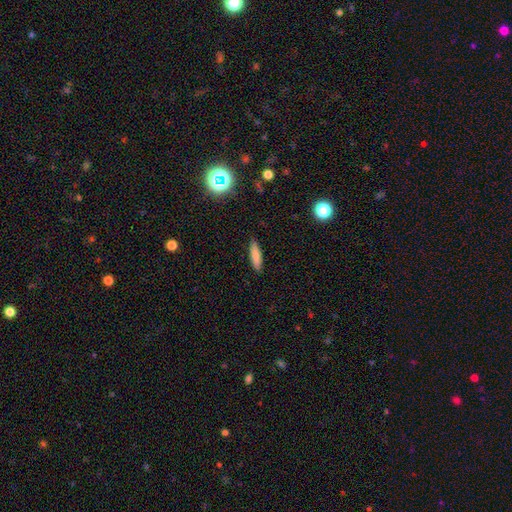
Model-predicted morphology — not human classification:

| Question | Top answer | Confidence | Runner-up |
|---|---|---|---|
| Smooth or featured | smooth | 81% | featured or disk (10%) |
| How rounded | cigar-shaped | 68% | in between (30%) |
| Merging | none | 86% | minor disturbance (11%) |